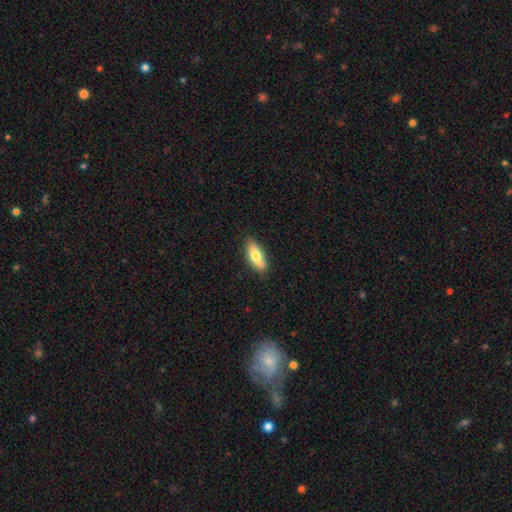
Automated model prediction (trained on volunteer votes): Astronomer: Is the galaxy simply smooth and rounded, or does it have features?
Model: smooth — 69%.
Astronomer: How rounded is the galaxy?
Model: in between — 67%.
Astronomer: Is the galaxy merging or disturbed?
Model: none — 83%.